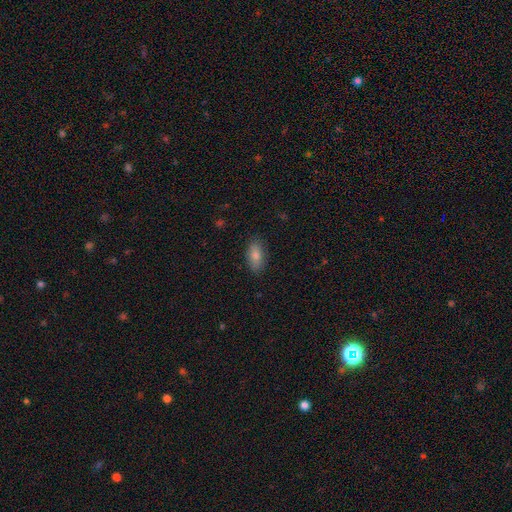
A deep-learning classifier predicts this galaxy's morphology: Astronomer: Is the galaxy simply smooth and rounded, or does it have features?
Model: smooth — 81%.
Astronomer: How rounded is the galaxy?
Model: in between — 87%.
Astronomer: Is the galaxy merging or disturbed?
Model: none — 87%.